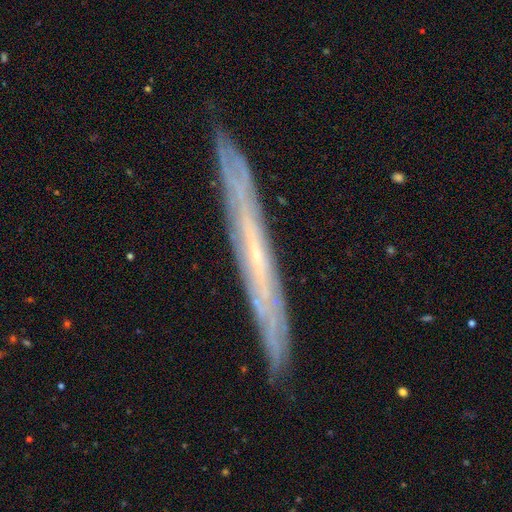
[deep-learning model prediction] smooth_or_featured: featured or disk (p=0.71) [alt: smooth p=0.21]
disk_edge_on: yes (p=0.87) [alt: no p=0.13]
edge_on_bulge: none (p=0.77) [alt: rounded p=0.20]
merging: none (p=0.89) [alt: minor disturbance p=0.09]